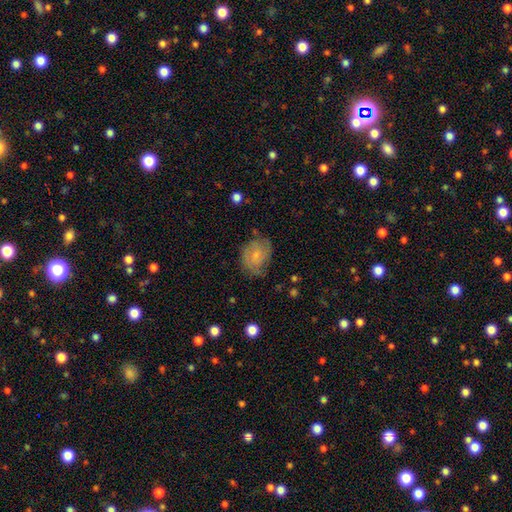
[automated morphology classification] Overall: smooth (55%; featured or disk 37%). How rounded: in between (54%; round 44%). Merging: none (60%; minor disturbance 28%).